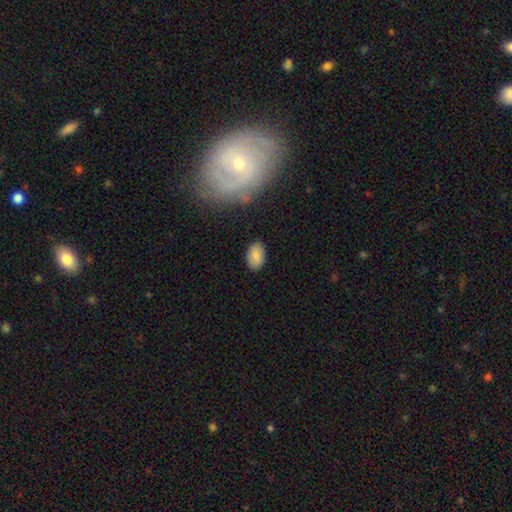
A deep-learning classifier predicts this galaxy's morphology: Smooth or featured?
  - smooth: 85% *
  - featured or disk: 8%
  - star or artifact: 7%
How rounded?
  - in between: 92% *
  - round: 7%
  - cigar-shaped: 1%
Merging?
  - none: 86% *
  - minor disturbance: 10%
  - major disturbance: 2%
  - merger: 1%